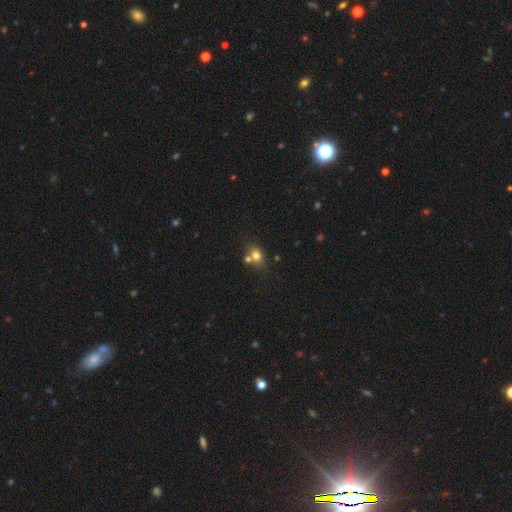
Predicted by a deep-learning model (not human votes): Overall: smooth (74%). How rounded: in between (56%; round 41%). Merging: none (49%; merger 34%).